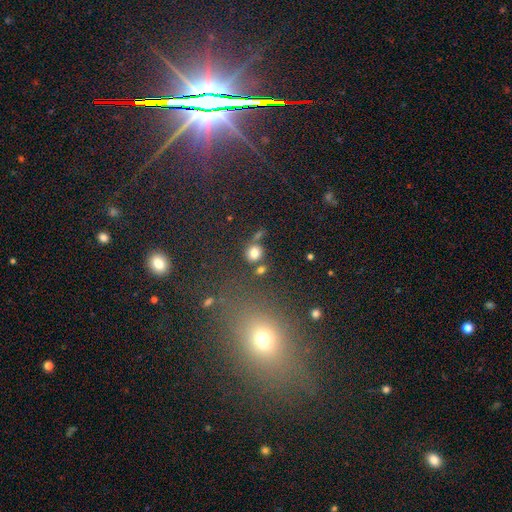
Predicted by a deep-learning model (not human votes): Overall: smooth (59%; star or artifact 32%). How rounded: round (78%). Merging: none (79%).